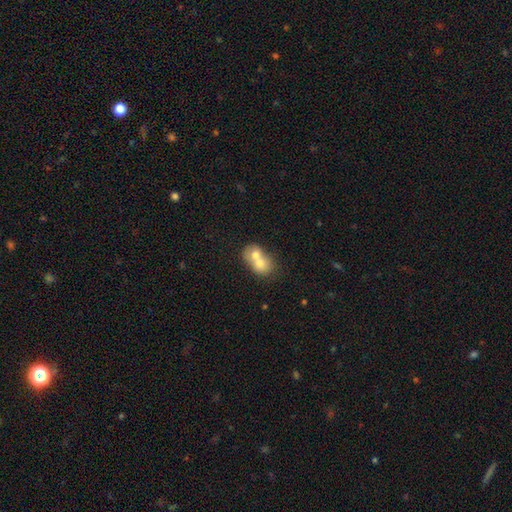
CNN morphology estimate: smooth-or-featured: smooth: 64% | featured or disk: 28% | star or artifact: 9%
  how-rounded: in between: 50% | round: 48% | cigar-shaped: 1%
  merging: merger: 74% | none: 17% | minor disturbance: 6% | major disturbance: 3%